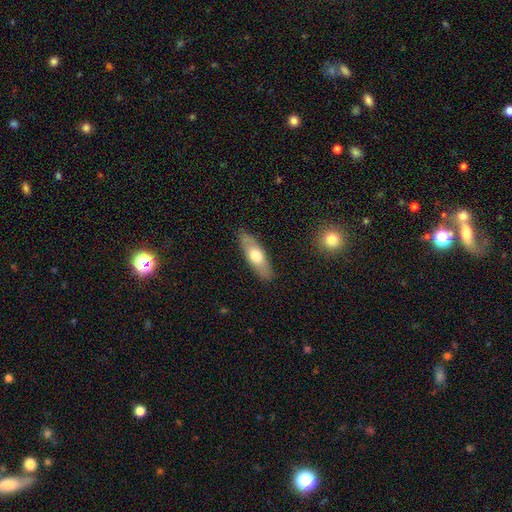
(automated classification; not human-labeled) This is likely a smooth galaxy (61%). How rounded: possibly in between (58%). Merging: clearly none (87%).